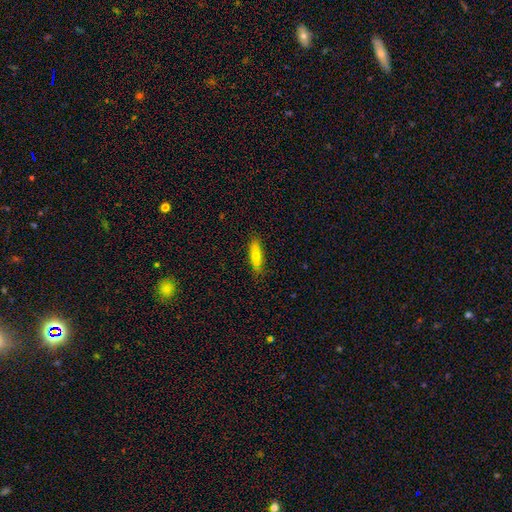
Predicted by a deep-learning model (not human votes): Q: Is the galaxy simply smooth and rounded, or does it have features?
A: smooth — 68%.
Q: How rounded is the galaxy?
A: cigar-shaped — 67%.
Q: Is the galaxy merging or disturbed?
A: none — 83%.